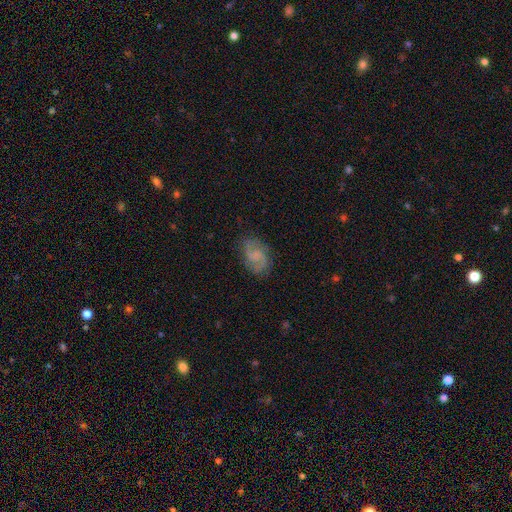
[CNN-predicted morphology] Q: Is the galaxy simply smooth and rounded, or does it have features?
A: featured or disk — 68%.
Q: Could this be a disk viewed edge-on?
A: no — 97%.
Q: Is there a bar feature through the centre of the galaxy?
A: no — 52%.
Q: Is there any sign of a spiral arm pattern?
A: yes — 93%.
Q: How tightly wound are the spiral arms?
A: medium — 48%.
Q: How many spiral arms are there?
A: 2 — 86%.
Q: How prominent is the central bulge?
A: none — 59%.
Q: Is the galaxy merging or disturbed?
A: none — 77%.